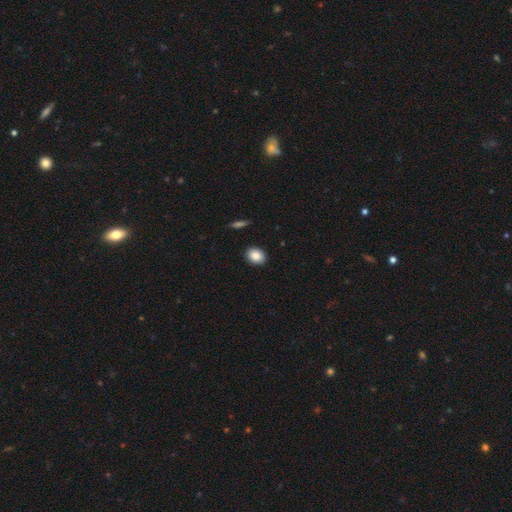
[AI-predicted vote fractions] A smooth galaxy with no disk features (88%) that is in between round and cigar-shaped (59%). Merging: none (90%).